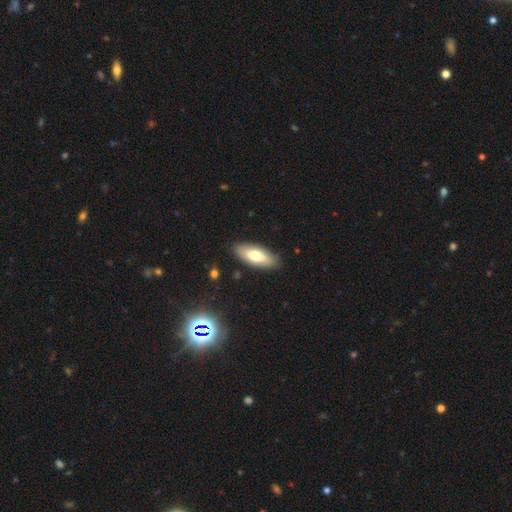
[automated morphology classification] Q: Smooth or featured?
A: smooth (69%); runner-up: featured or disk (25%)
Q: How rounded?
A: in between (77%); runner-up: cigar-shaped (21%)
Q: Merging?
A: none (87%); runner-up: minor disturbance (10%)